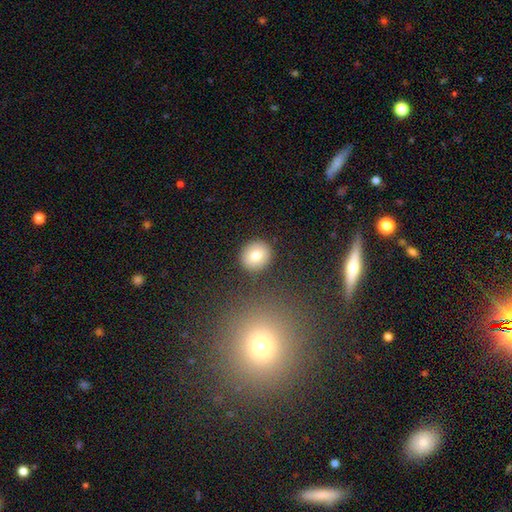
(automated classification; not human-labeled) Morphology: type=smooth (81%); roundness=round (78%); merging=none (87%).